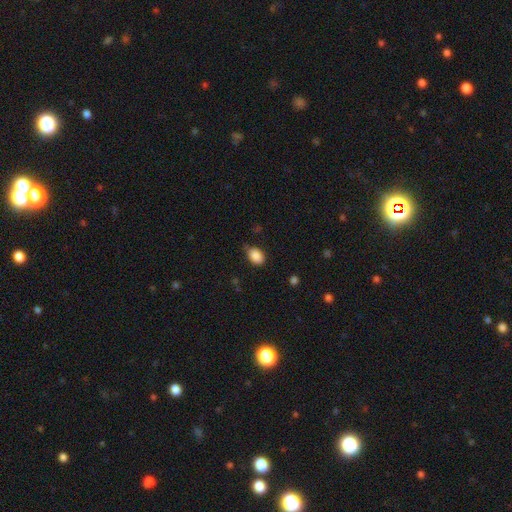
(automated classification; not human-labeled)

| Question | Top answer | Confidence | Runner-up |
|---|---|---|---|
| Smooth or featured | smooth | 87% | star or artifact (9%) |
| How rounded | in between | 79% | round (20%) |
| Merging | none | 68% | minor disturbance (26%) |